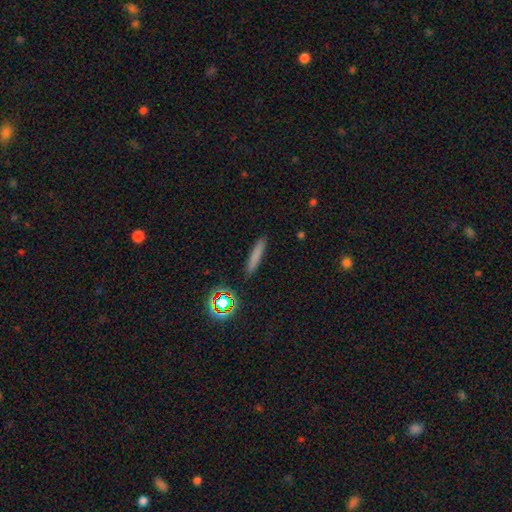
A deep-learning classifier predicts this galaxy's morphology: Smooth or featured: smooth — 74% (featured or disk — 13%)
How rounded: cigar-shaped — 91% (in between — 7%)
Merging: none — 89% (minor disturbance — 7%)